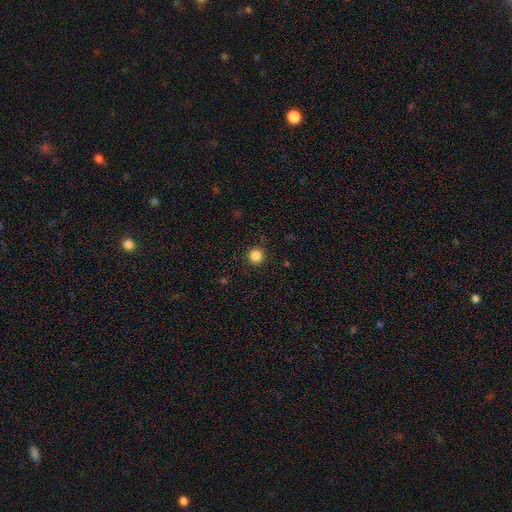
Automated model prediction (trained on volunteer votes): Morphology: type=smooth (85%); roundness=round (95%); merging=none (91%).